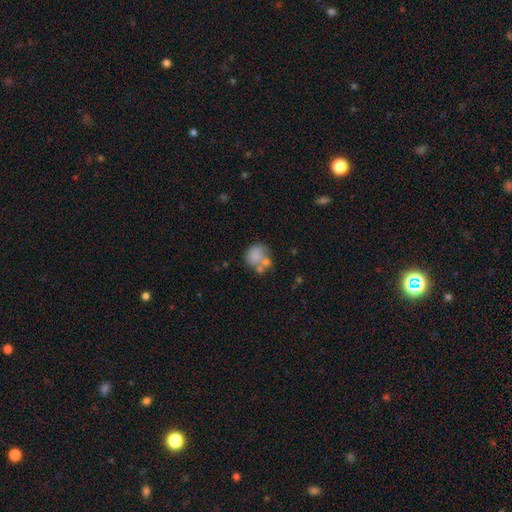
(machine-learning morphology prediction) smooth-or-featured: smooth: 70% | featured or disk: 20% | star or artifact: 10%
  how-rounded: round: 69% | in between: 30% | cigar-shaped: 1%
  merging: none: 41% | merger: 32% | minor disturbance: 17% | major disturbance: 11%